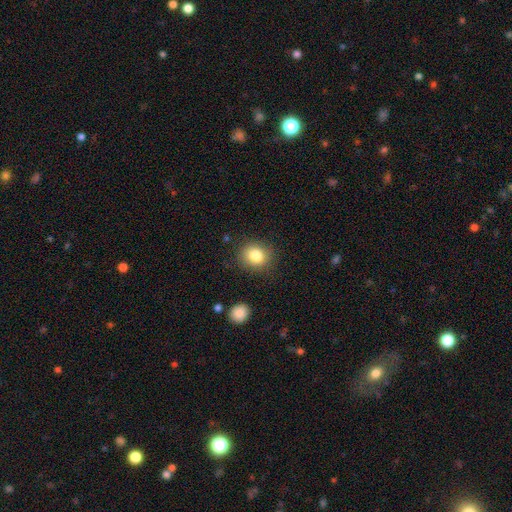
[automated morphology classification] Smooth or featured? smooth (83%)
How rounded? round (74%)
Merging? none (85%)